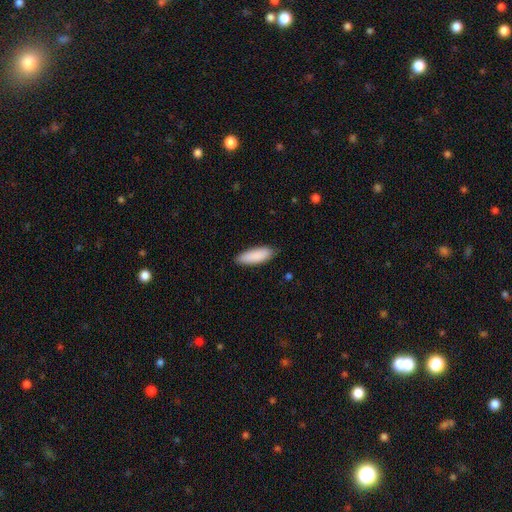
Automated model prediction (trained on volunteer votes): smooth-or-featured: smooth: 90% | star or artifact: 5% | featured or disk: 5%
  how-rounded: in between: 58% | cigar-shaped: 41% | round: 1%
  merging: none: 85% | minor disturbance: 12% | major disturbance: 2% | merger: 1%